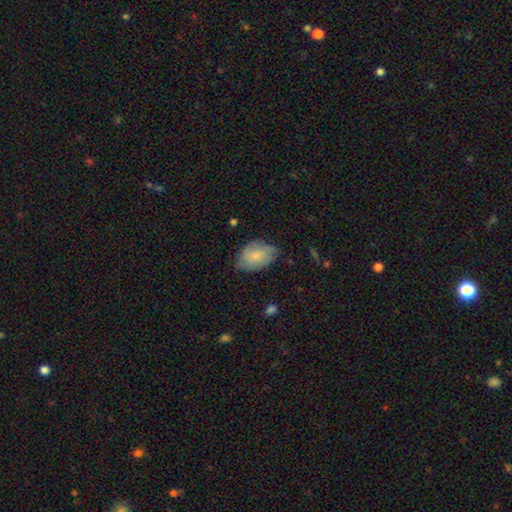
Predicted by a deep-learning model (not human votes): Morphology: type=smooth (64%); roundness=in between (85%); merging=none (62%).